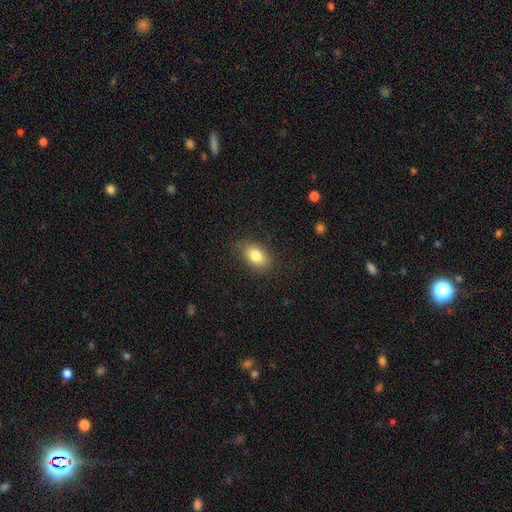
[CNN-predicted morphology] Smooth or featured?
  - smooth: 82% *
  - featured or disk: 10%
  - star or artifact: 9%
How rounded?
  - in between: 85% *
  - round: 13%
  - cigar-shaped: 2%
Merging?
  - none: 82% *
  - minor disturbance: 13%
  - major disturbance: 3%
  - merger: 1%